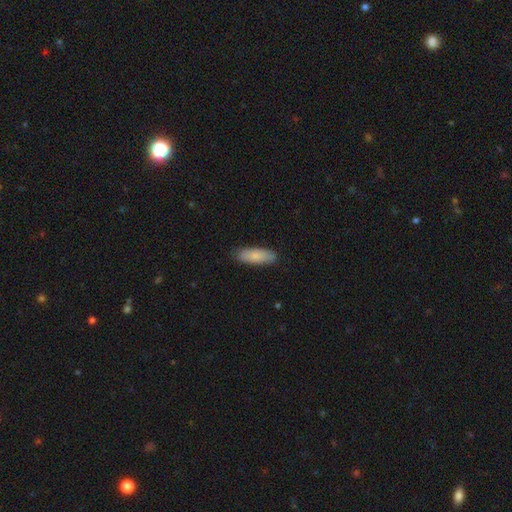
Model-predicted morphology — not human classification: A smooth galaxy with no disk features (82%) that is in between round and cigar-shaped (64%). Merging: none (84%).